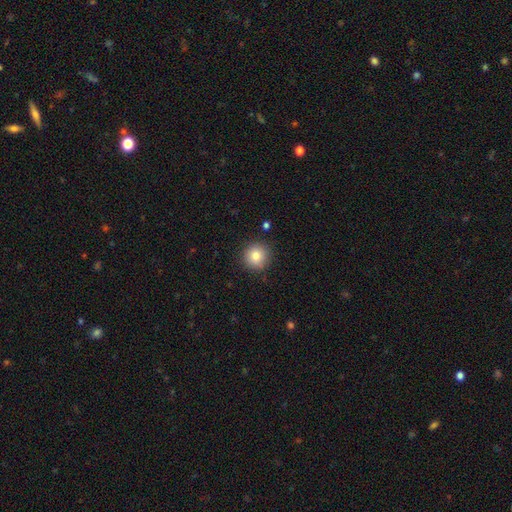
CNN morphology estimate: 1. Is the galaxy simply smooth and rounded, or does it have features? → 81% smooth, 11% star or artifact, 9% featured or disk.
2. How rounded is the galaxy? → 93% round, 6% in between, 1% cigar-shaped.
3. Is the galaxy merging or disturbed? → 88% none, 8% minor disturbance, 2% major disturbance, 2% merger.